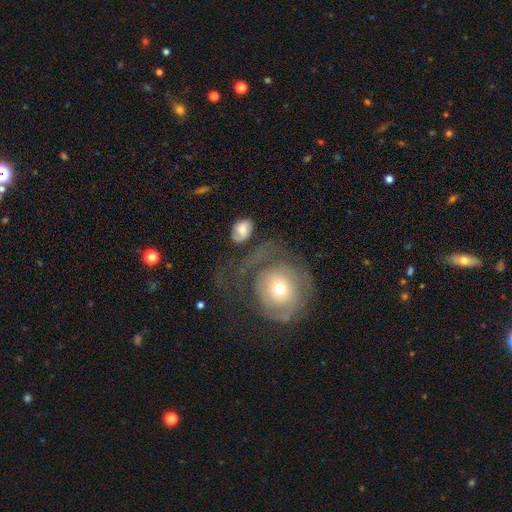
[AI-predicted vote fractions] featured or disk 63%, smooth 23%, star or artifact 14%. Down the decision tree: edge-on disk — no (96%); bar — no (78%); spiral arms — yes (70%); bulge size — moderate (58%); merging — none (57%).